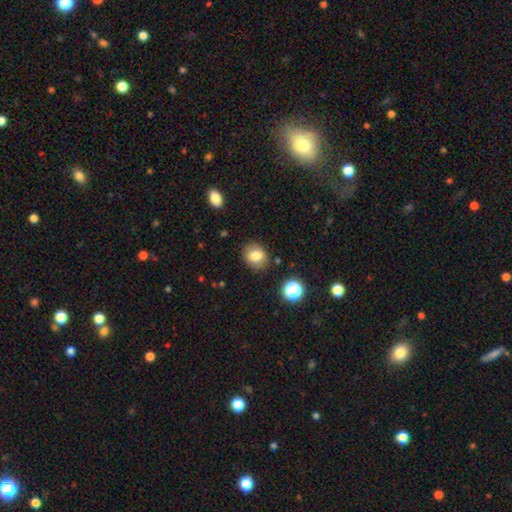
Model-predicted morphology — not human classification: This appears to be a smooth galaxy with no disk features (79%) that is round (53%). Merging: none (84%).